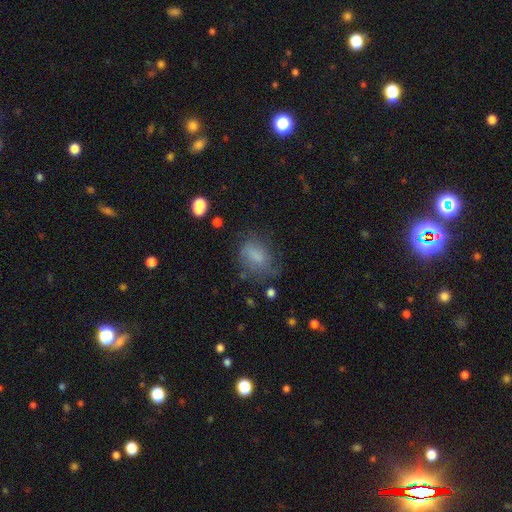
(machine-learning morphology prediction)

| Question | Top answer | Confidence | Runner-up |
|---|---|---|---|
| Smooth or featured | smooth | 70% | featured or disk (18%) |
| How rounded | in between | 73% | round (25%) |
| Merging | none | 53% | minor disturbance (27%) |